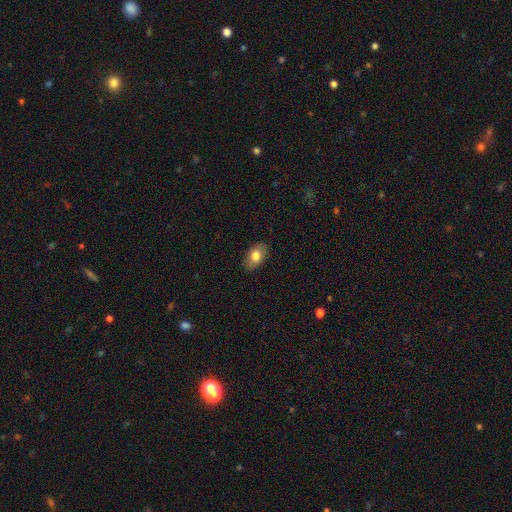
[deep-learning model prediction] smooth-or-featured: smooth: 79% | featured or disk: 14% | star or artifact: 7%
  how-rounded: in between: 89% | round: 10% | cigar-shaped: 2%
  merging: none: 86% | minor disturbance: 11% | major disturbance: 2% | merger: 1%